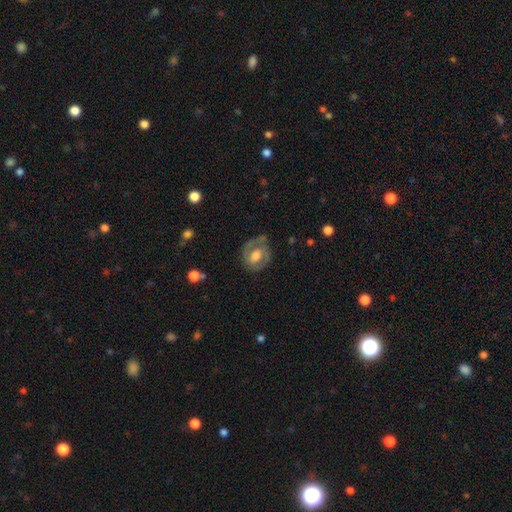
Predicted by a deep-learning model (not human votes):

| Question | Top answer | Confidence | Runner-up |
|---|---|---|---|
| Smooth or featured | featured or disk | 65% | smooth (28%) |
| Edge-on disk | no | 97% | yes (3%) |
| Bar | no | 53% | weak (36%) |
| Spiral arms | yes | 73% | no (27%) |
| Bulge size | moderate | 45% | large (37%) |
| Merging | none | 68% | minor disturbance (20%) |